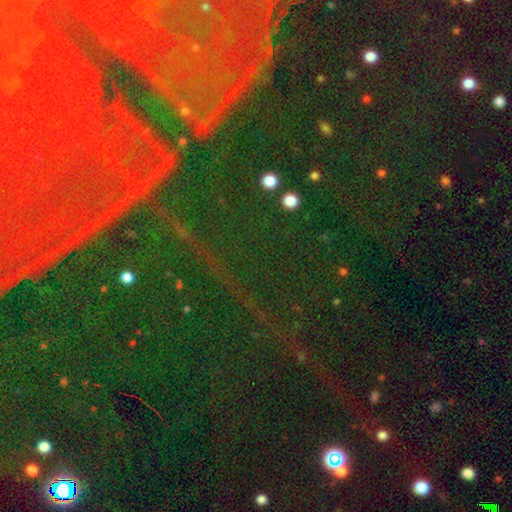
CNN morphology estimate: This is likely a star or artifact rather than a galaxy (76%).